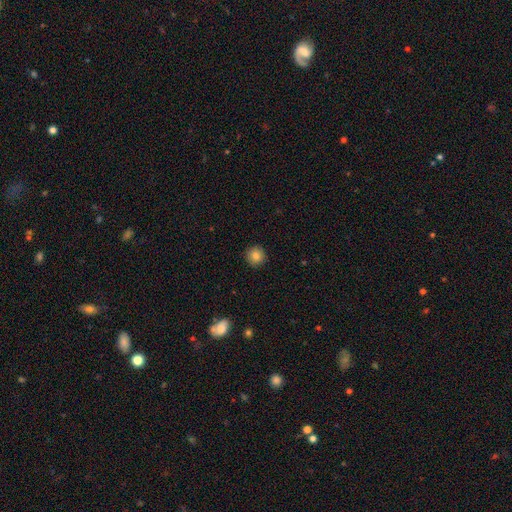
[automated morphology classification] This is clearly a smooth galaxy (84%). How rounded: clearly round (95%). Merging: clearly none (92%).